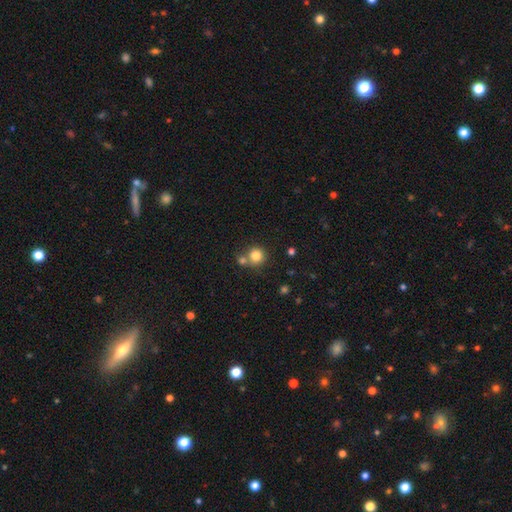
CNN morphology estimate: This is clearly a smooth galaxy (81%). How rounded: clearly round (92%). Merging: likely none (63%).